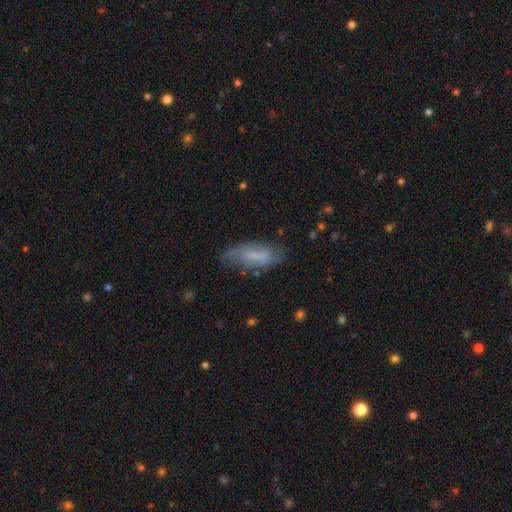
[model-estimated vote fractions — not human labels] Smooth or featured?
  - smooth: 54% *
  - featured or disk: 38%
  - star or artifact: 8%
How rounded?
  - in between: 75% *
  - cigar-shaped: 22%
  - round: 2%
Merging?
  - none: 60% *
  - minor disturbance: 28%
  - major disturbance: 11%
  - merger: 2%